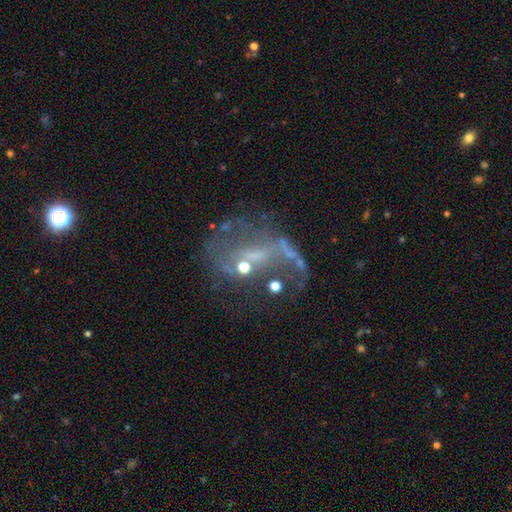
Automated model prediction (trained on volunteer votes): Smooth or featured: featured or disk — 69% (star or artifact — 18%)
Edge-on disk: no — 97% (yes — 3%)
Bar: no — 56% (weak — 32%)
Spiral arms: yes — 51% (no — 49%)
Bulge size: small — 48% (none — 28%)
Merging: major disturbance — 39% (none — 33%)